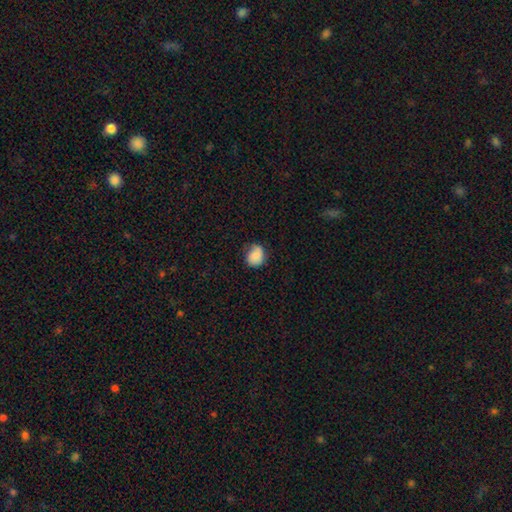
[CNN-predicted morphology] Smooth or featured: smooth — 80% (featured or disk — 12%)
How rounded: round — 66% (in between — 33%)
Merging: none — 65% (minor disturbance — 27%)